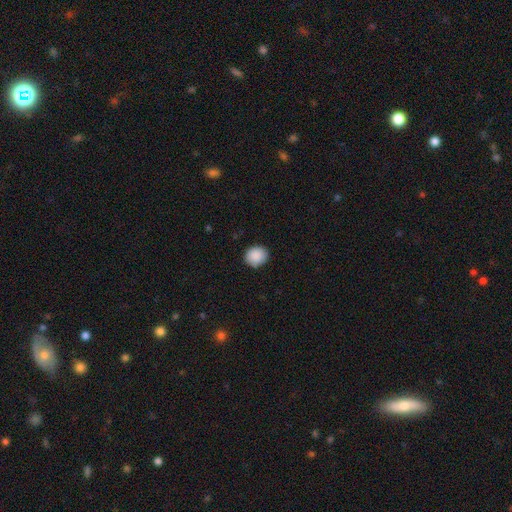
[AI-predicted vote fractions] Smooth or featured? Predicted: smooth (p=0.89). How rounded? Predicted: round (p=0.77). Merging? Predicted: none (p=0.87).